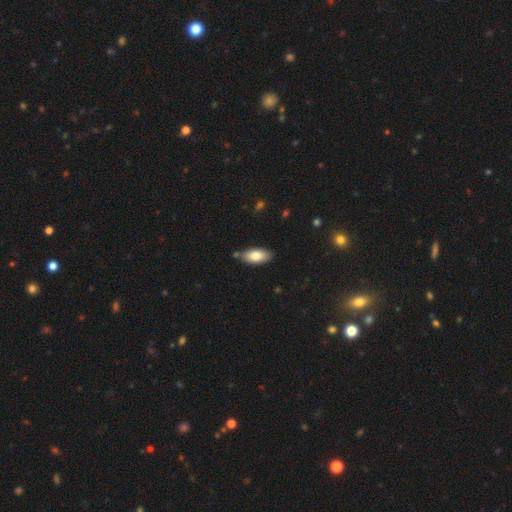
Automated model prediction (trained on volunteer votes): smooth-or-featured: smooth: 81% | featured or disk: 12% | star or artifact: 6%
  how-rounded: in between: 91% | cigar-shaped: 7% | round: 2%
  merging: none: 81% | minor disturbance: 13% | merger: 4% | major disturbance: 2%